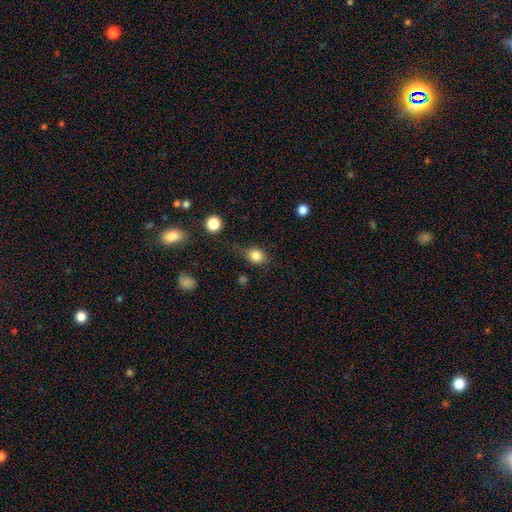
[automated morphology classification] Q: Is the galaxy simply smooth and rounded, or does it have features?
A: smooth — 82%.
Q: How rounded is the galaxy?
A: in between — 50%.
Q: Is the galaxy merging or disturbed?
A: none — 62%.